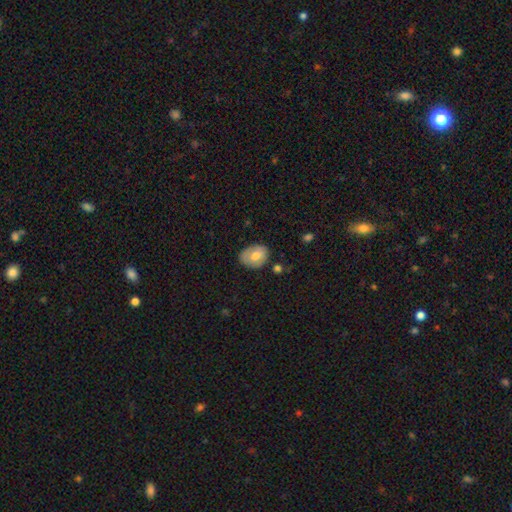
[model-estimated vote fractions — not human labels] smooth 68%, featured or disk 25%, star or artifact 7%. Down the decision tree: how rounded — in between (62%); merging — none (70%).